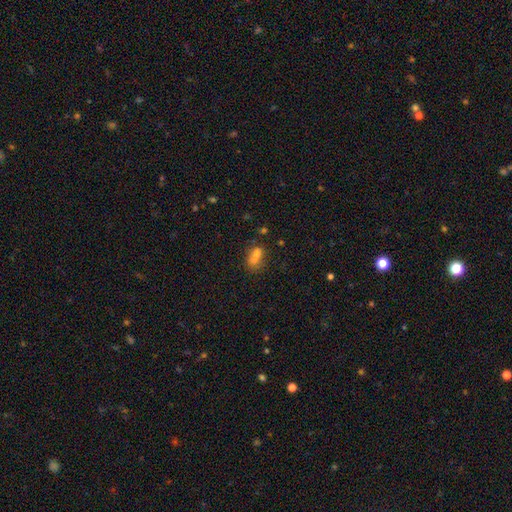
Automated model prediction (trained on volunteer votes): smooth-or-featured: smooth: 66% | featured or disk: 19% | star or artifact: 15%
  how-rounded: in between: 55% | round: 41% | cigar-shaped: 3%
  merging: merger: 60% | none: 27% | minor disturbance: 8% | major disturbance: 5%